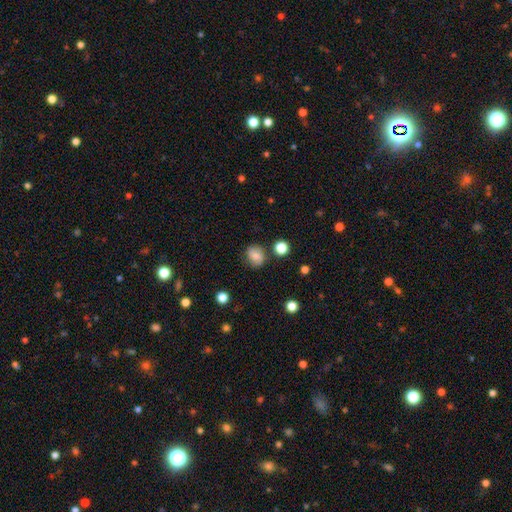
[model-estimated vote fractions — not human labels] Smooth or featured? smooth (68%)
How rounded? round (74%)
Merging? none (77%)